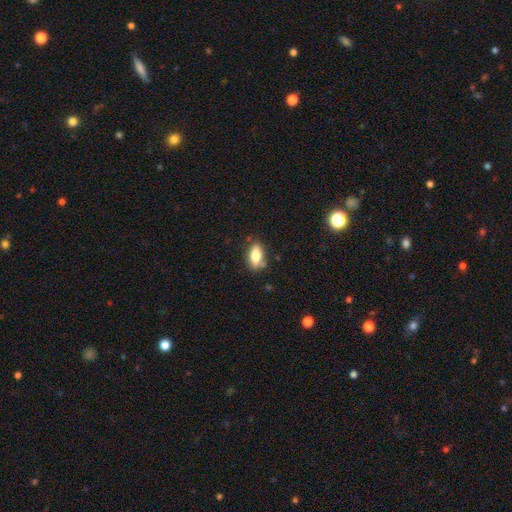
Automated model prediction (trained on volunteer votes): A smooth galaxy with no disk features (78%) that is in between round and cigar-shaped (84%).

Vote fractions:
- Smooth or featured? smooth: 78% / featured or disk: 15% / star or artifact: 8%
- How rounded? in between: 84% / cigar-shaped: 12% / round: 5%
- Merging? none: 74% / minor disturbance: 18% / merger: 4% / major disturbance: 4%